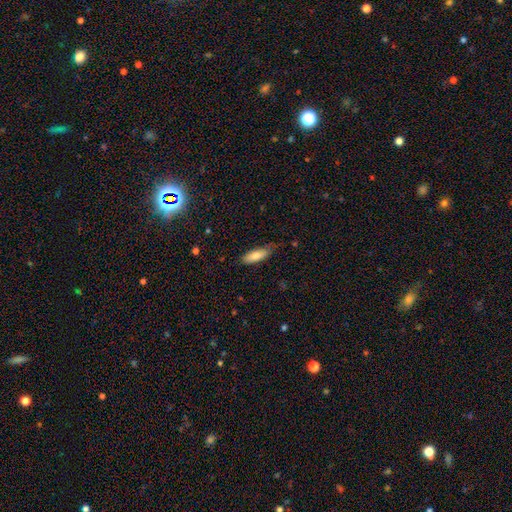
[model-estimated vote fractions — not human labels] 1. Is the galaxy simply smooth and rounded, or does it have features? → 80% smooth, 14% featured or disk, 6% star or artifact.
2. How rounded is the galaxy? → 58% in between, 40% cigar-shaped, 2% round.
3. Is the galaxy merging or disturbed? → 66% none, 27% minor disturbance, 5% major disturbance, 2% merger.